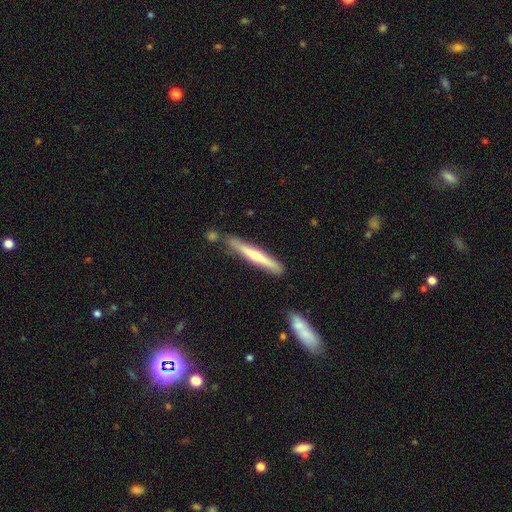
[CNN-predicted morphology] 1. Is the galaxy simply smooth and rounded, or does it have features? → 48% featured or disk, 47% smooth, 5% star or artifact.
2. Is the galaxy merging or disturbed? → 80% none, 13% minor disturbance, 5% merger, 2% major disturbance.